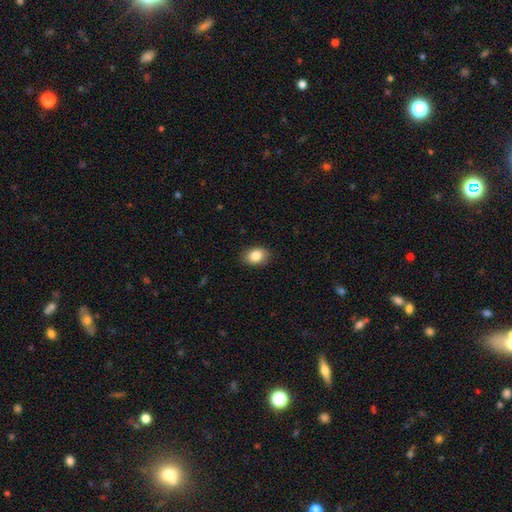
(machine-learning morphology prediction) Smooth or featured? Predicted: smooth (p=0.85). How rounded? Predicted: in between (p=0.72). Merging? Predicted: none (p=0.86).